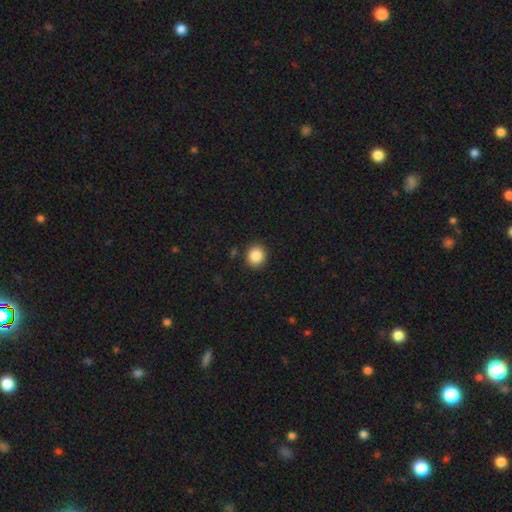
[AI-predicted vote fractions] smooth_or_featured: smooth (p=0.87) [alt: star or artifact p=0.09]
how_rounded: round (p=0.86) [alt: in between p=0.13]
merging: none (p=0.90) [alt: minor disturbance p=0.06]